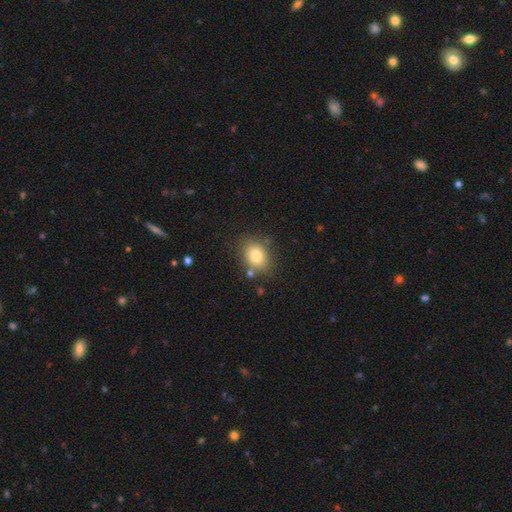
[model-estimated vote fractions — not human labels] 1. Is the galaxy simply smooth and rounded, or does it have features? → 80% smooth, 10% featured or disk, 10% star or artifact.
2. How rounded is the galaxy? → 60% in between, 38% round, 1% cigar-shaped.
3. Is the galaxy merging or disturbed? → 78% none, 13% minor disturbance, 5% merger, 4% major disturbance.